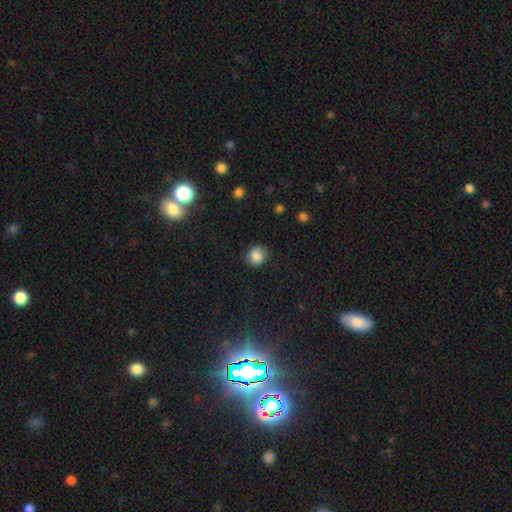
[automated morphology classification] type=smooth (85%); roundness=round (79%); merging=none (83%).